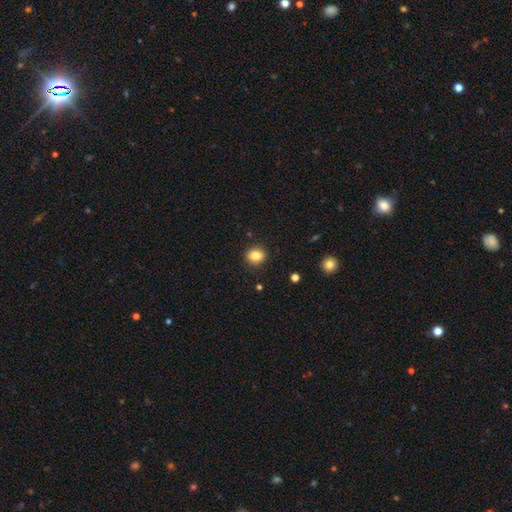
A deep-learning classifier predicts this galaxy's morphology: Q: Smooth or featured?
A: smooth (83%); runner-up: star or artifact (11%)
Q: How rounded?
A: round (79%); runner-up: in between (20%)
Q: Merging?
A: none (91%); runner-up: minor disturbance (6%)